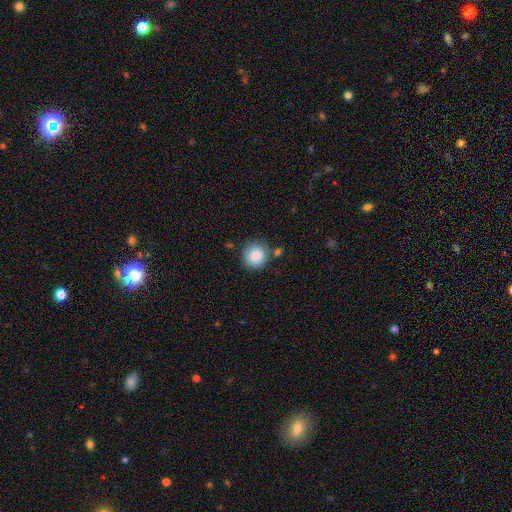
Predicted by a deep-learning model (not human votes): Smooth or featured? Predicted: smooth (p=0.86). How rounded? Predicted: round (p=0.93). Merging? Predicted: none (p=0.77).